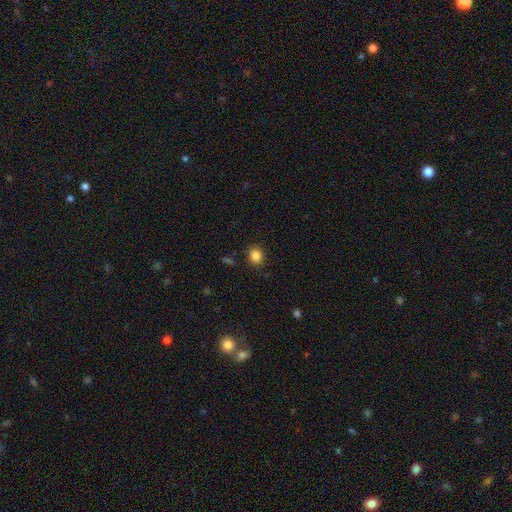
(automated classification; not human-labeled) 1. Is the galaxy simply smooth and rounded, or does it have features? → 85% smooth, 11% star or artifact, 5% featured or disk.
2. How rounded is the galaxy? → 79% round, 20% in between, 1% cigar-shaped.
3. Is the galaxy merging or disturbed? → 88% none, 8% minor disturbance, 2% major disturbance, 2% merger.